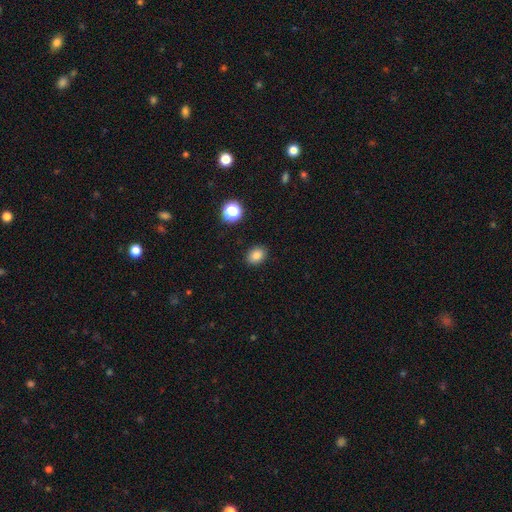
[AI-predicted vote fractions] Q: Smooth or featured?
A: smooth (83%); runner-up: star or artifact (12%)
Q: How rounded?
A: in between (63%); runner-up: round (36%)
Q: Merging?
A: none (88%); runner-up: minor disturbance (9%)